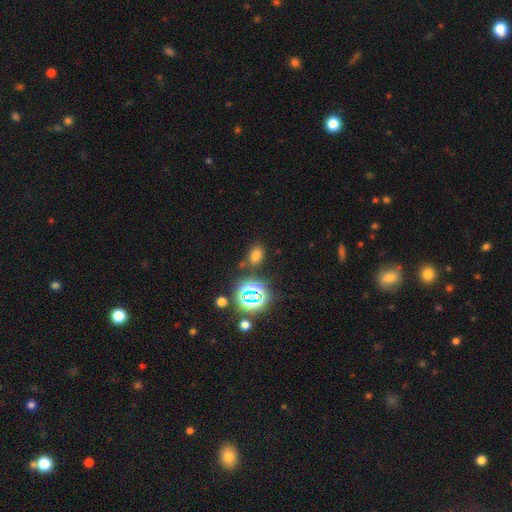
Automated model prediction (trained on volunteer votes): The model was most divided on "smooth or featured": smooth: 64%, star or artifact: 29%, featured or disk: 7%. More confident: merging — none (79%); how rounded — in between (72%).